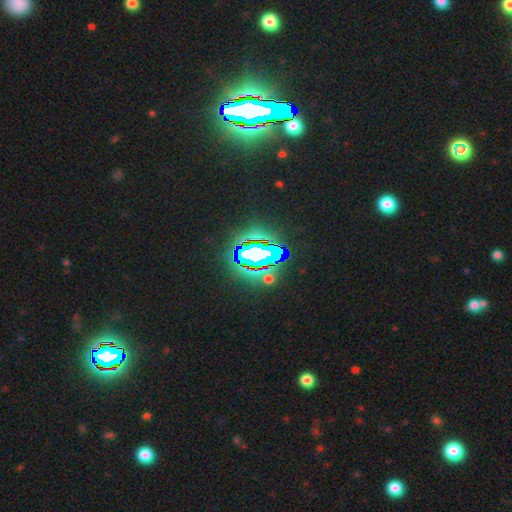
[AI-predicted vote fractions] This is likely a star or artifact rather than a galaxy (71%).